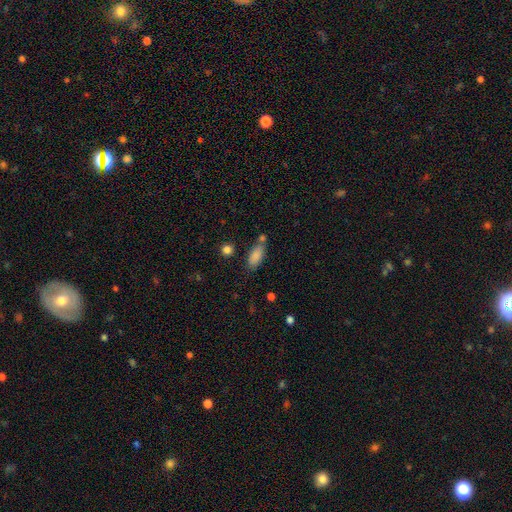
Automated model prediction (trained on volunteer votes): Smooth or featured?
  - smooth: 85% *
  - star or artifact: 8%
  - featured or disk: 7%
How rounded?
  - in between: 82% *
  - cigar-shaped: 16%
  - round: 3%
Merging?
  - none: 62% *
  - minor disturbance: 18%
  - merger: 15%
  - major disturbance: 5%